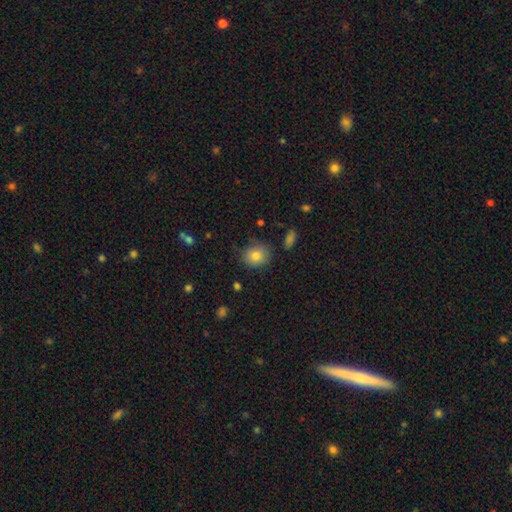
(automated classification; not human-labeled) Smooth or featured? smooth (81%)
How rounded? round (74%)
Merging? none (78%)